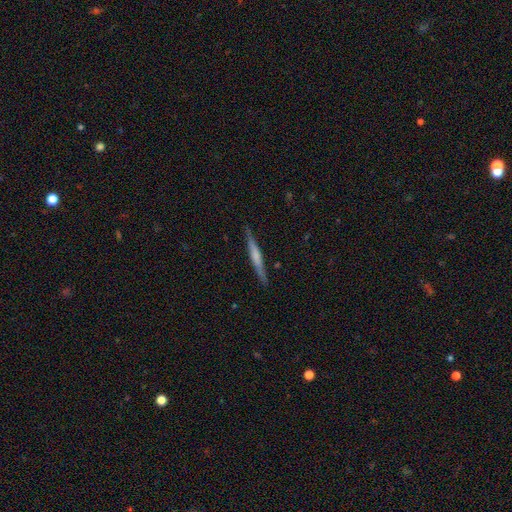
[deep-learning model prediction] A featured or disk galaxy (53%) viewed edge-on (97%) with no central bulge (43%).

Vote fractions:
- Smooth or featured? featured or disk: 53% / smooth: 41% / star or artifact: 6%
- Edge-on disk? yes: 97% / no: 3%
- Edge-on bulge? none: 43% / rounded: 35% / boxy: 23%
- Merging? none: 89% / minor disturbance: 8% / major disturbance: 2% / merger: 1%